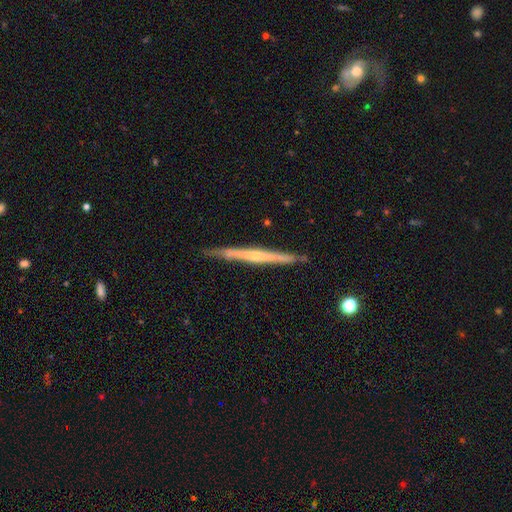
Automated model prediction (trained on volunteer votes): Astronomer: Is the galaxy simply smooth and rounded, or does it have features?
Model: featured or disk — 68%.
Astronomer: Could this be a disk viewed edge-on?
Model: yes — 97%.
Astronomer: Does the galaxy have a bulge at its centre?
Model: none — 51% (runner-up: rounded, 42%).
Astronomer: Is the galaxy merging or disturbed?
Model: none — 86%.